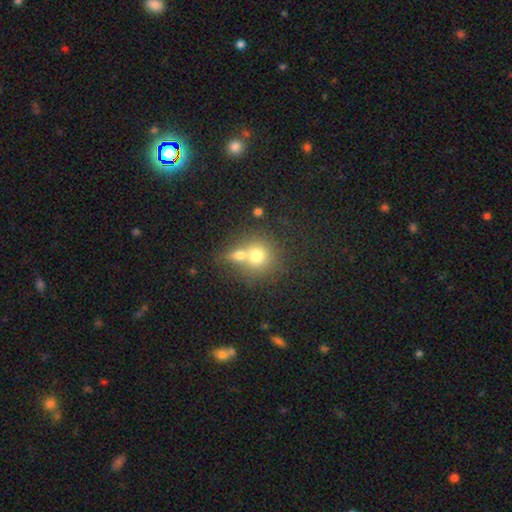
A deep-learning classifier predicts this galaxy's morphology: Q: Smooth or featured?
A: smooth (71%); runner-up: featured or disk (18%)
Q: How rounded?
A: round (83%); runner-up: in between (16%)
Q: Merging?
A: merger (53%); runner-up: none (35%)